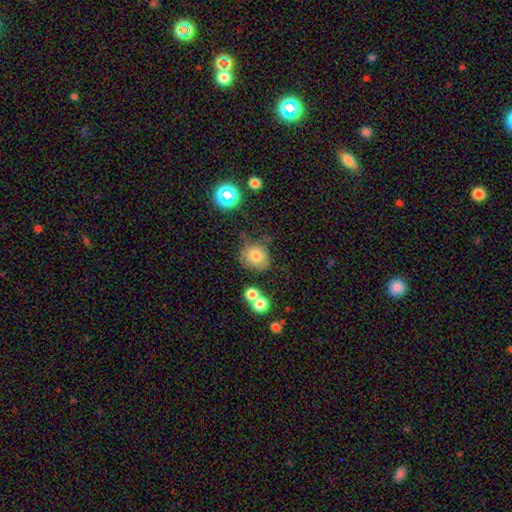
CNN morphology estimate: smooth_or_featured: smooth (p=0.77) [alt: star or artifact p=0.12]
how_rounded: round (p=0.80) [alt: in between p=0.19]
merging: none (p=0.57) [alt: minor disturbance p=0.23]